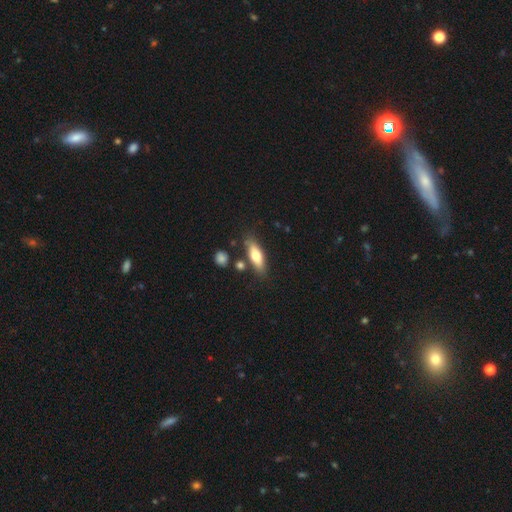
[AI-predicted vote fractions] Morphology: type=smooth (67%); roundness=in between (55%); merging=none (75%).